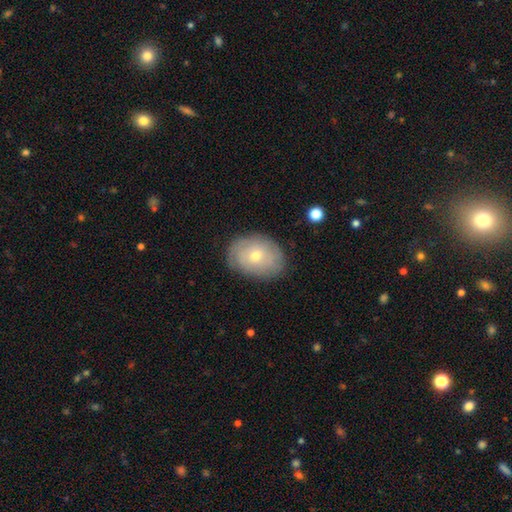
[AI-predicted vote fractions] Smooth or featured? smooth (49%)
Merging? none (81%)